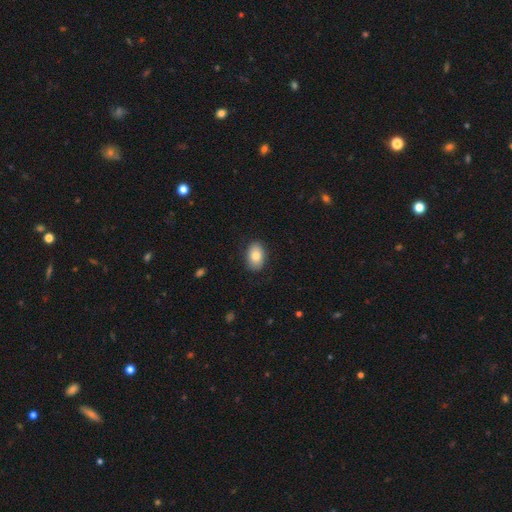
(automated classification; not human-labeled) Smooth or featured? smooth (82%)
How rounded? in between (85%)
Merging? none (86%)